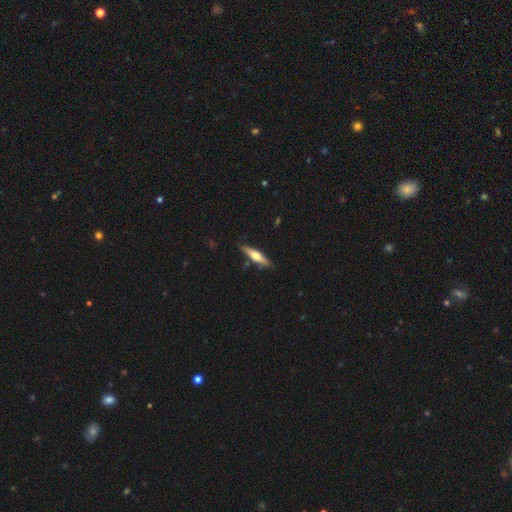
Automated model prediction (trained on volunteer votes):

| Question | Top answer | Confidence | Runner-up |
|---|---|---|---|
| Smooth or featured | featured or disk | 58% | smooth (36%) |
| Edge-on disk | yes | 95% | no (5%) |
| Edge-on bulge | rounded | 91% | boxy (5%) |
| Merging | none | 86% | minor disturbance (10%) |